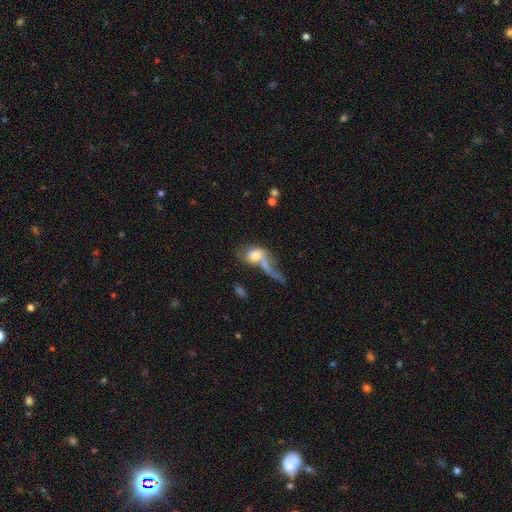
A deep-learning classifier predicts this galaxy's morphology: smooth-or-featured: smooth: 58% | featured or disk: 33% | star or artifact: 9%
  how-rounded: in between: 66% | round: 28% | cigar-shaped: 6%
  merging: merger: 42% | major disturbance: 34% | none: 14% | minor disturbance: 10%